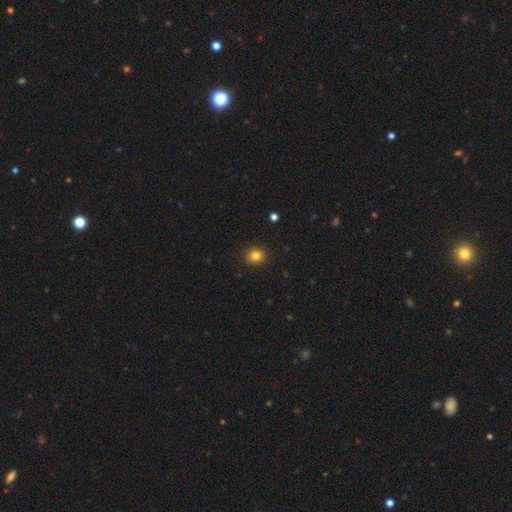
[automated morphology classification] smooth_or_featured: smooth (p=0.82) [alt: star or artifact p=0.12]
how_rounded: round (p=0.85) [alt: in between p=0.14]
merging: none (p=0.92) [alt: minor disturbance p=0.06]